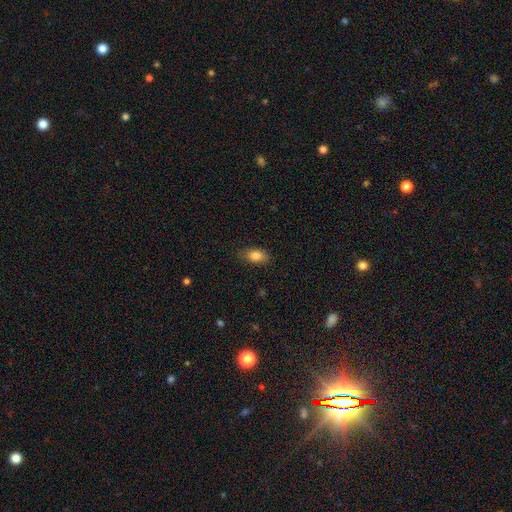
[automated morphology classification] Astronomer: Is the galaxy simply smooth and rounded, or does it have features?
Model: smooth — 84%.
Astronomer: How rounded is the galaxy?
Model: in between — 87%.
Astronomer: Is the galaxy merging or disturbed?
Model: none — 83%.